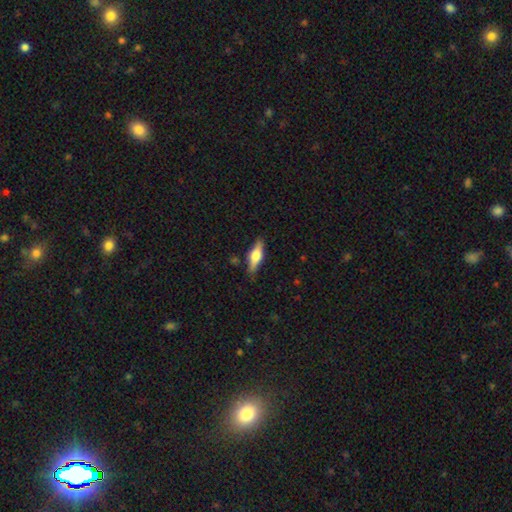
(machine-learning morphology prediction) smooth-or-featured: featured or disk: 49% | smooth: 45% | star or artifact: 6%
  merging: none: 85% | minor disturbance: 11% | major disturbance: 2% | merger: 2%